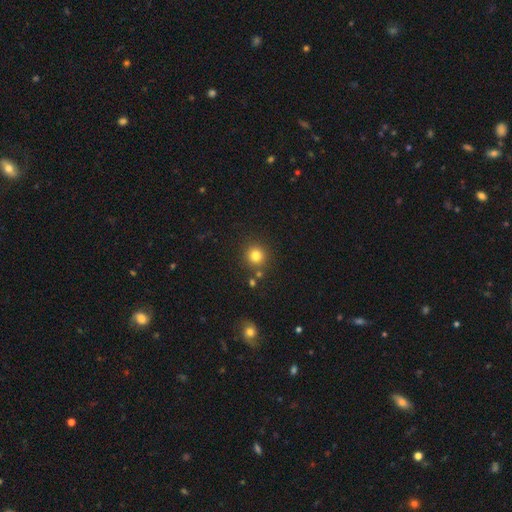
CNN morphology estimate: A smooth galaxy with no disk features (80%) that is round (92%).

Vote fractions:
- Smooth or featured? smooth: 80% / star or artifact: 13% / featured or disk: 6%
- How rounded? round: 92% / in between: 7% / cigar-shaped: 1%
- Merging? none: 84% / minor disturbance: 7% / merger: 6% / major disturbance: 3%